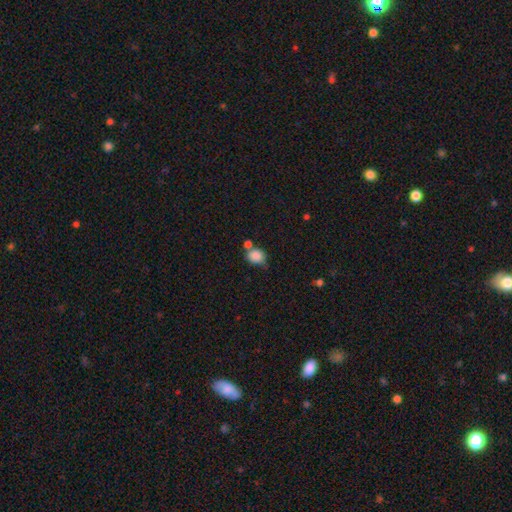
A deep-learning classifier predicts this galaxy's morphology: Smooth or featured? smooth (85%)
How rounded? round (66%)
Merging? none (49%)